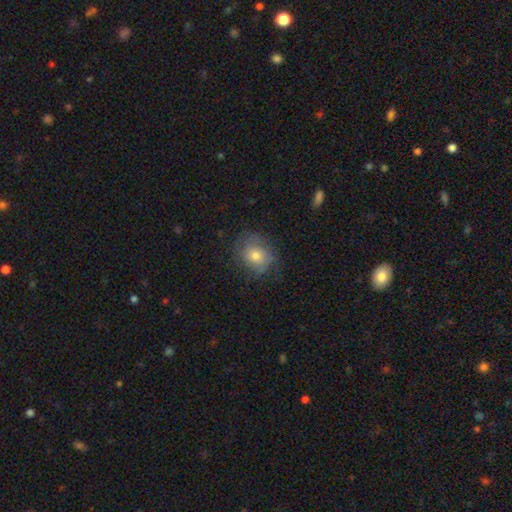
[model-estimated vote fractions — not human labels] smooth 60%, featured or disk 30%, star or artifact 10%. Down the decision tree: how rounded — round (60%); merging — none (68%).